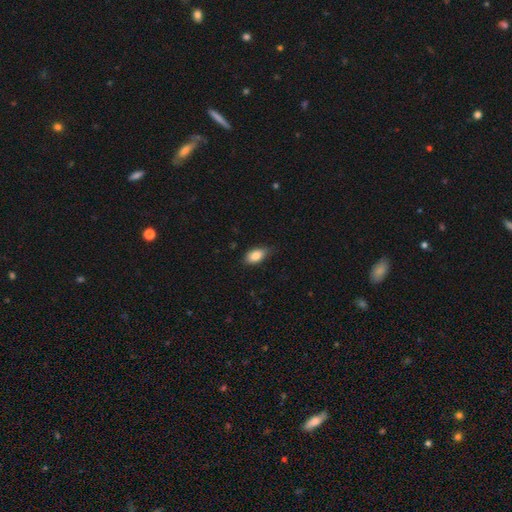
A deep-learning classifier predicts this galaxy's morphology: Q: Smooth or featured?
A: smooth (84%); runner-up: featured or disk (9%)
Q: How rounded?
A: in between (90%); runner-up: round (6%)
Q: Merging?
A: none (76%); runner-up: minor disturbance (20%)